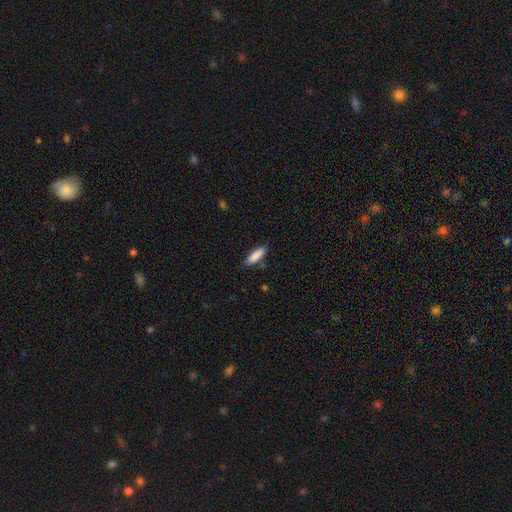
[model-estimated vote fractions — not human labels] smooth_or_featured: smooth (p=0.88) [alt: star or artifact p=0.06]
how_rounded: in between (p=0.53) [alt: cigar-shaped p=0.45]
merging: none (p=0.83) [alt: minor disturbance p=0.12]